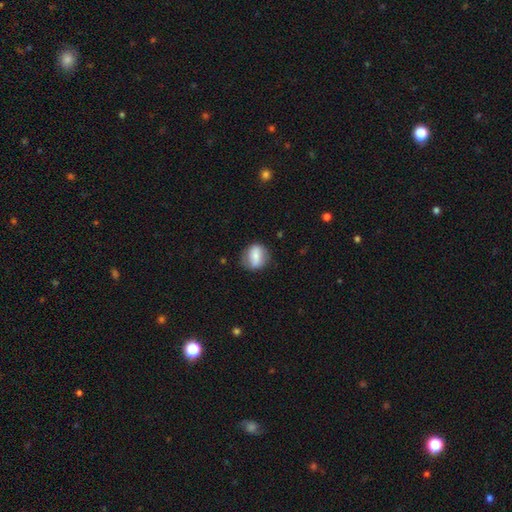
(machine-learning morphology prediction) This is likely a smooth galaxy (62%). How rounded: possibly round (58%). Merging: likely none (72%).